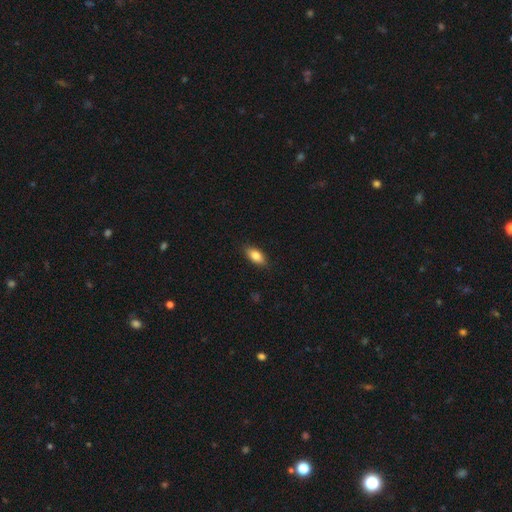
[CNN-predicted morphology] A smooth galaxy with no disk features (83%) that is in between round and cigar-shaped (88%). Merging: none (87%).